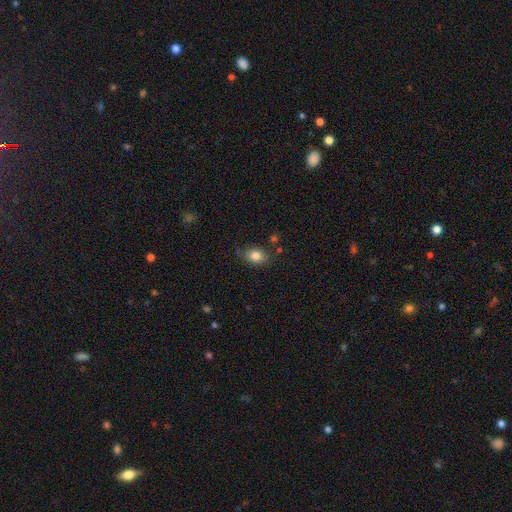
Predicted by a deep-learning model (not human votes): Overall: smooth (82%). How rounded: in between (73%). Merging: none (76%).